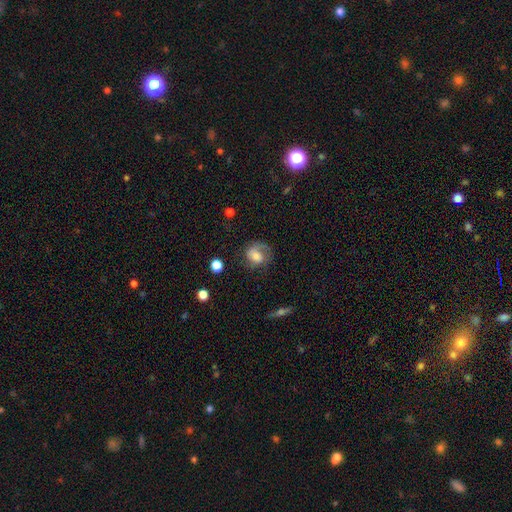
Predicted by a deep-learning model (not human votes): Smooth or featured?
  - smooth: 47% *
  - featured or disk: 42%
  - star or artifact: 11%
Merging?
  - none: 56% *
  - minor disturbance: 23%
  - major disturbance: 19%
  - merger: 2%